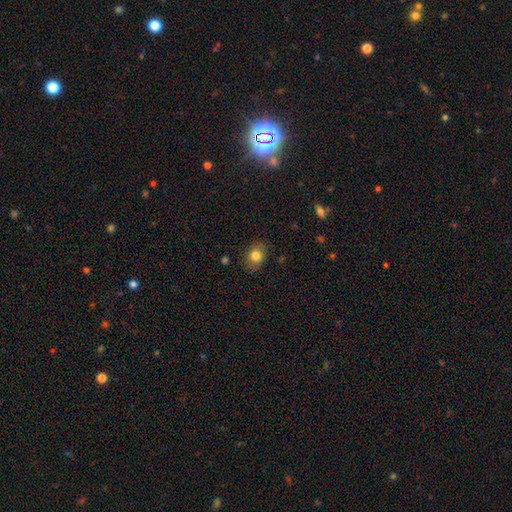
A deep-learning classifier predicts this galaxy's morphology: Smooth or featured? Predicted: smooth (p=0.80). How rounded? Predicted: in between (p=0.62). Merging? Predicted: none (p=0.83).